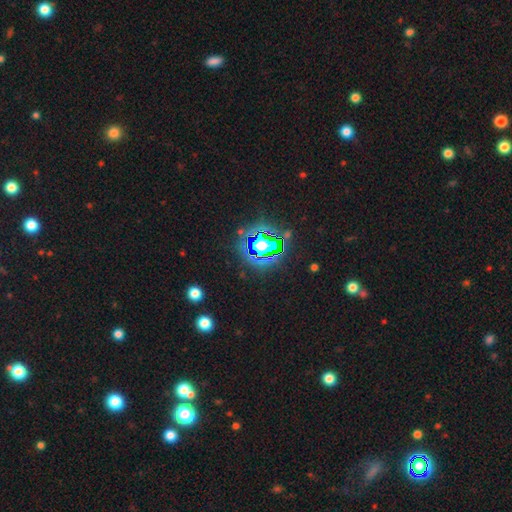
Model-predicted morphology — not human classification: Smooth or featured? star or artifact (83%)